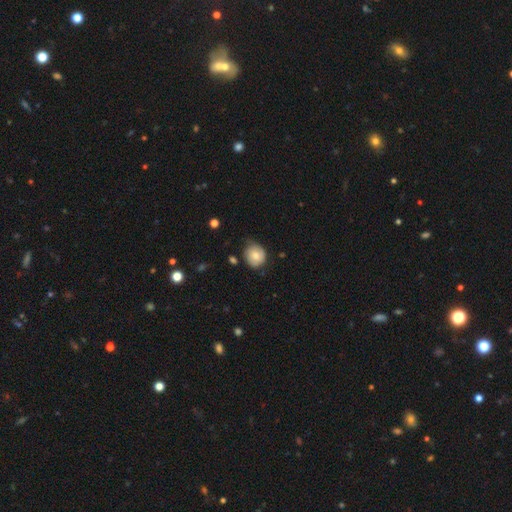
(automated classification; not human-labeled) Q: Smooth or featured?
A: smooth (74%); runner-up: featured or disk (18%)
Q: How rounded?
A: round (78%); runner-up: in between (22%)
Q: Merging?
A: none (64%); runner-up: minor disturbance (28%)